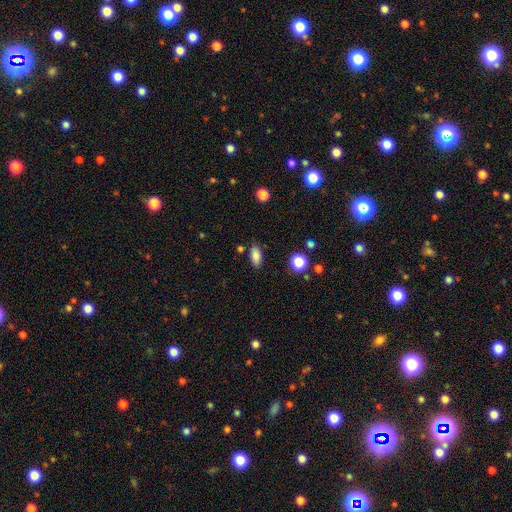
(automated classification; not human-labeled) Overall: smooth (85%). How rounded: in between (88%). Merging: none (83%).